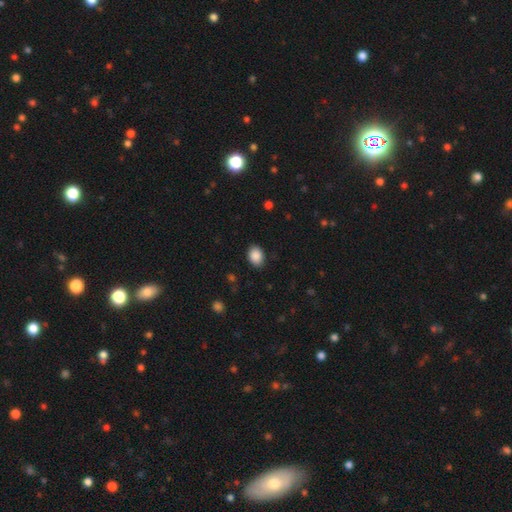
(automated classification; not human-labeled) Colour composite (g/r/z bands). It shows a smooth galaxy with no disk features (89%) that is in between round and cigar-shaped (68%). Merging: none (86%).